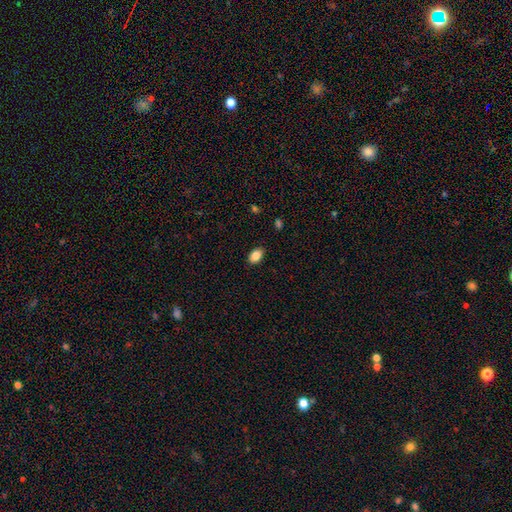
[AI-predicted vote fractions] This appears to be a smooth galaxy with no disk features (86%) that is in between round and cigar-shaped (87%). Merging: none (88%).